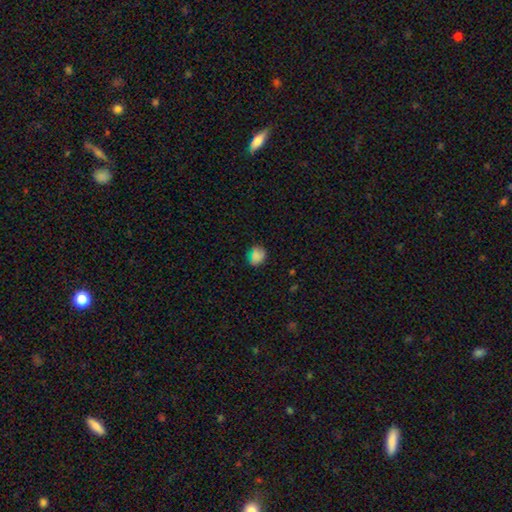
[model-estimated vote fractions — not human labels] This appears to be a smooth galaxy with no disk features (76%) that is round (65%). Merging: none (77%).